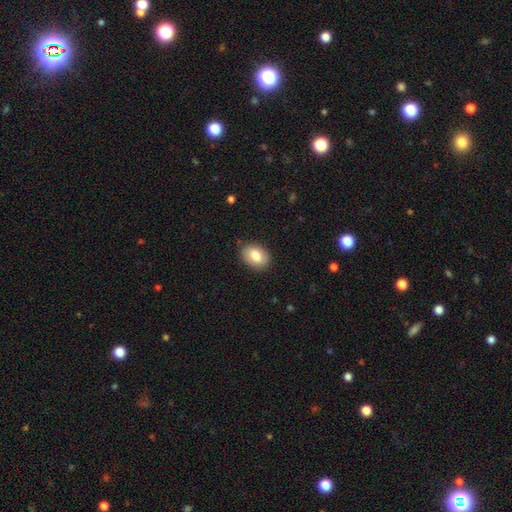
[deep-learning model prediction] Morphology: type=smooth (82%); roundness=in between (81%); merging=none (86%).